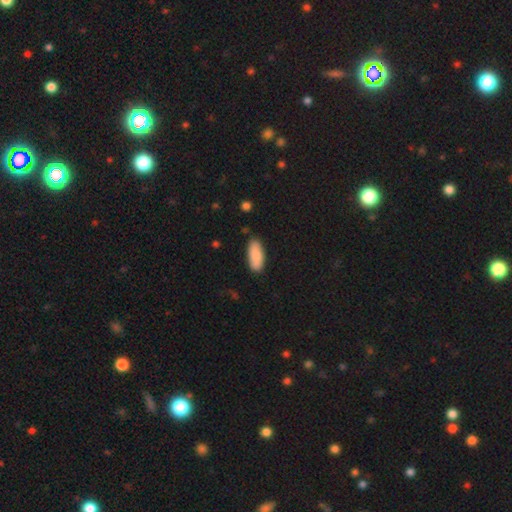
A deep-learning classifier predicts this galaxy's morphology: smooth 89%, star or artifact 6%, featured or disk 5%. Down the decision tree: how rounded — in between (82%); merging — none (85%).